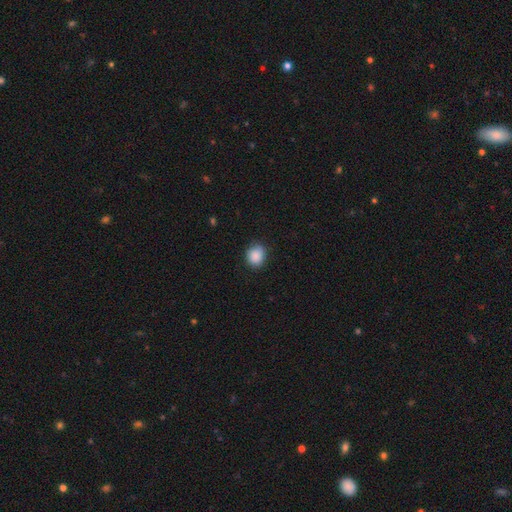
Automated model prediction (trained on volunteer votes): Q: Smooth or featured?
A: smooth (88%); runner-up: star or artifact (8%)
Q: How rounded?
A: round (68%); runner-up: in between (31%)
Q: Merging?
A: none (83%); runner-up: minor disturbance (13%)